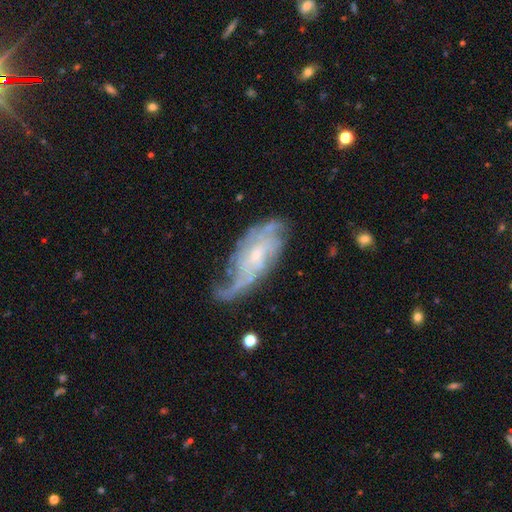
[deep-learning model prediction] A featured or disk galaxy (81%) with no bar (62%), medium (38%) spiral arms (91%) and a small central bulge (70%). Merging: none (50%).